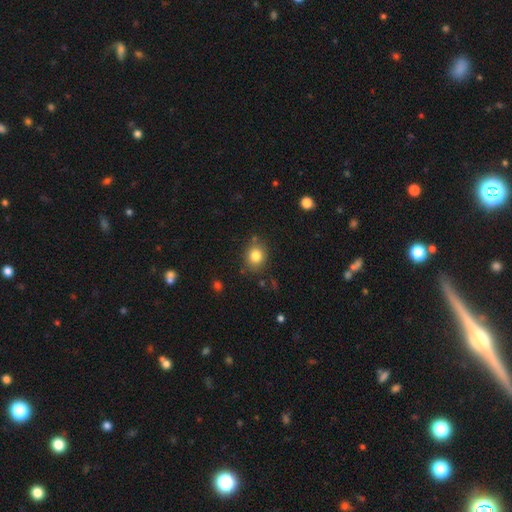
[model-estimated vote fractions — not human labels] This appears to be a smooth galaxy with no disk features (82%) that is round (69%). Merging: none (81%).